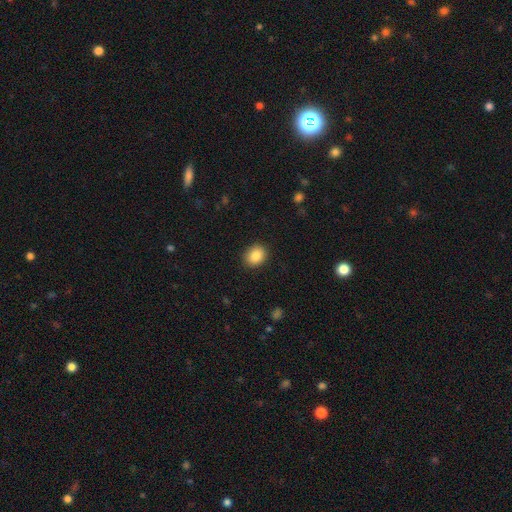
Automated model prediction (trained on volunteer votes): Smooth or featured?
  - smooth: 87% *
  - star or artifact: 8%
  - featured or disk: 5%
How rounded?
  - round: 55% *
  - in between: 44%
  - cigar-shaped: 1%
Merging?
  - none: 89% *
  - minor disturbance: 8%
  - major disturbance: 2%
  - merger: 1%